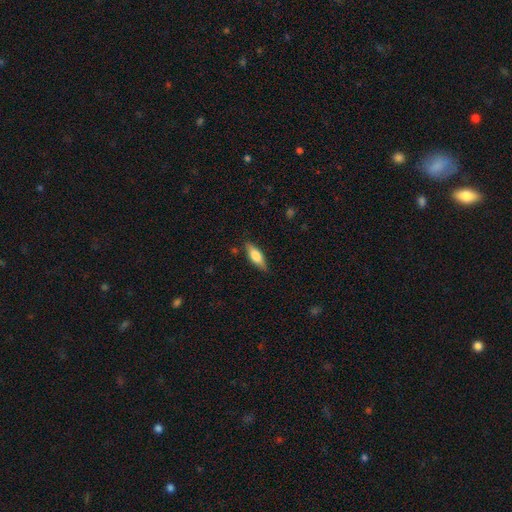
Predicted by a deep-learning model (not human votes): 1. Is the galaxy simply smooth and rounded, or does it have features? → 63% smooth, 31% featured or disk, 6% star or artifact.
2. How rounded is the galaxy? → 56% in between, 41% cigar-shaped, 2% round.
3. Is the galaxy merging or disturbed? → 83% none, 13% minor disturbance, 3% major disturbance, 1% merger.